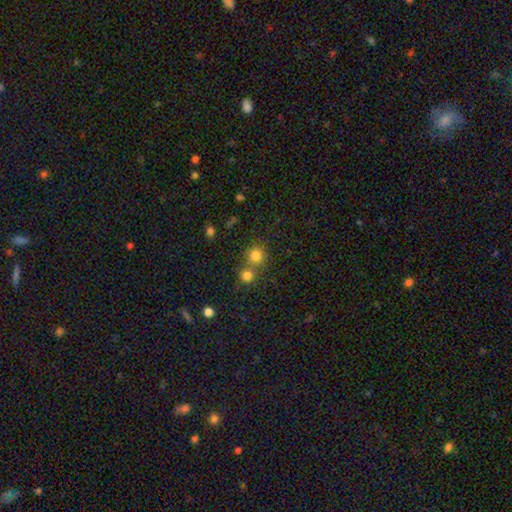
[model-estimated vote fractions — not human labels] A smooth galaxy with no disk features (80%) that is round (88%).

Vote fractions:
- Smooth or featured? smooth: 80% / star or artifact: 14% / featured or disk: 6%
- How rounded? round: 88% / in between: 11% / cigar-shaped: 1%
- Merging? none: 60% / merger: 30% / minor disturbance: 7% / major disturbance: 3%